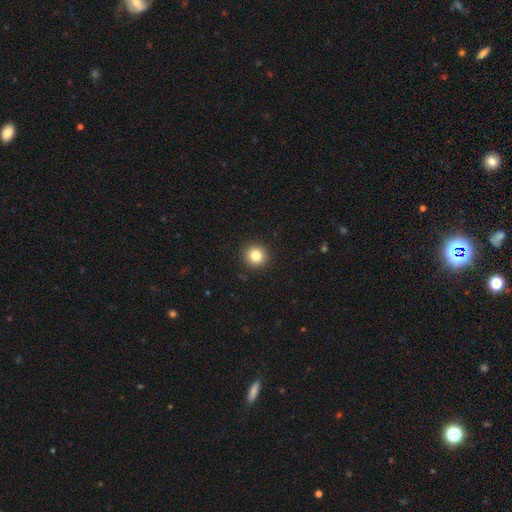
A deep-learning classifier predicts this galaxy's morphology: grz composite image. It shows a smooth galaxy with no disk features (83%) that is round (94%). Merging: none (93%).